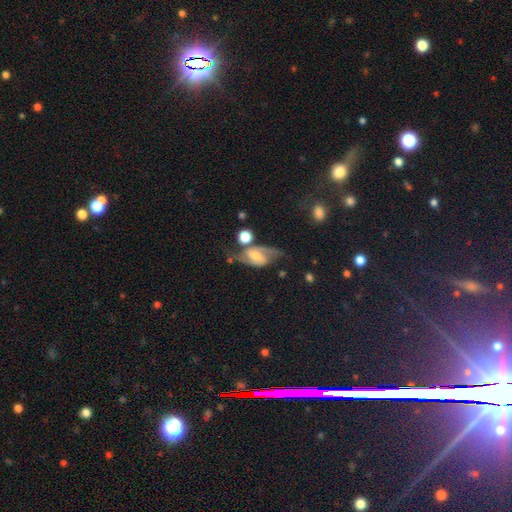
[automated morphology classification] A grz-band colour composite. It shows a featured or disk galaxy (83%) with a weak bar (47%), 2 (92%) medium (48%) spiral arms (95%) and a moderate central bulge (46%). Merging: none (62%).